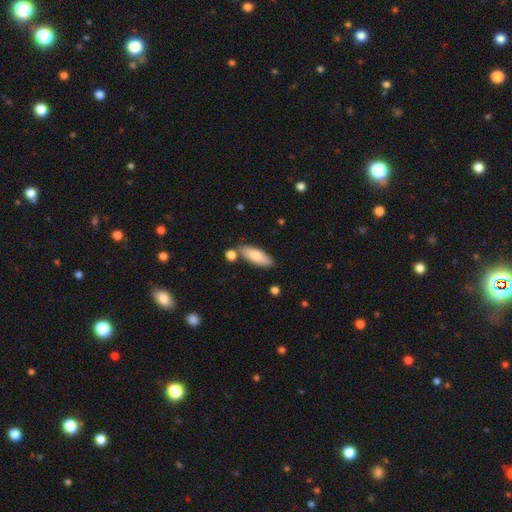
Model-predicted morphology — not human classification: smooth-or-featured: smooth: 80% | featured or disk: 15% | star or artifact: 6%
  how-rounded: in between: 65% | cigar-shaped: 33% | round: 2%
  merging: none: 78% | minor disturbance: 12% | merger: 8% | major disturbance: 2%